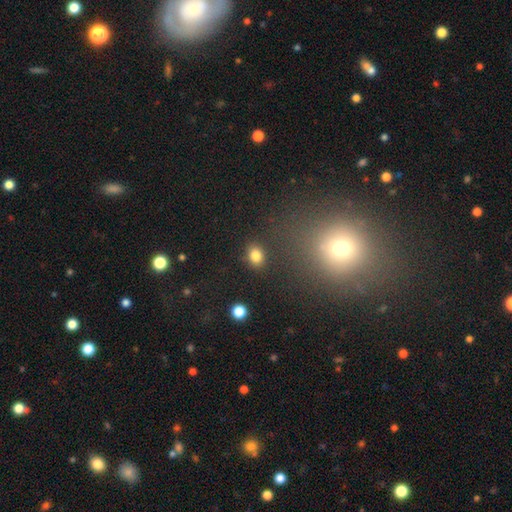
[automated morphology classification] Smooth or featured? Predicted: smooth (p=0.82). How rounded? Predicted: in between (p=0.54). Merging? Predicted: none (p=0.86).